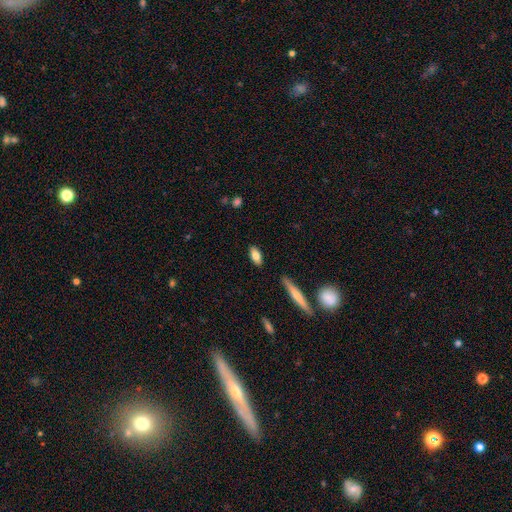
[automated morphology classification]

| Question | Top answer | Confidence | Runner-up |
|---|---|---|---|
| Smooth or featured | smooth | 76% | featured or disk (17%) |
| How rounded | in between | 80% | cigar-shaped (17%) |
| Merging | none | 87% | minor disturbance (9%) |